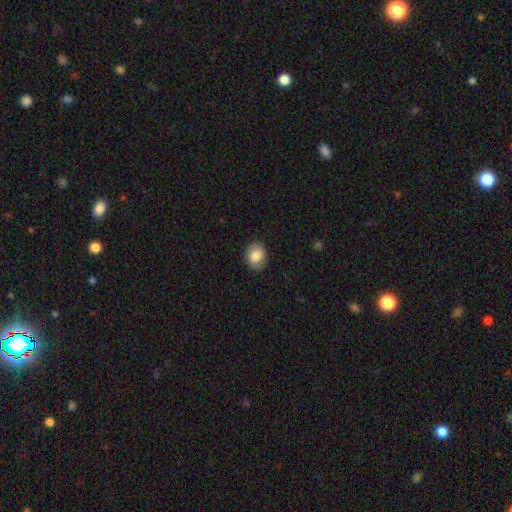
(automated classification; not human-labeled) This is likely a smooth galaxy (79%). How rounded: possibly in between (57%). Merging: clearly none (84%).